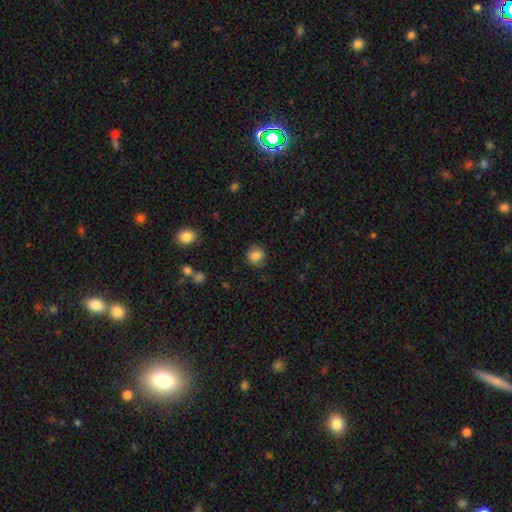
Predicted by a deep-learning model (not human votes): smooth 84%, star or artifact 9%, featured or disk 7%. Down the decision tree: how rounded — round (83%); merging — none (82%).